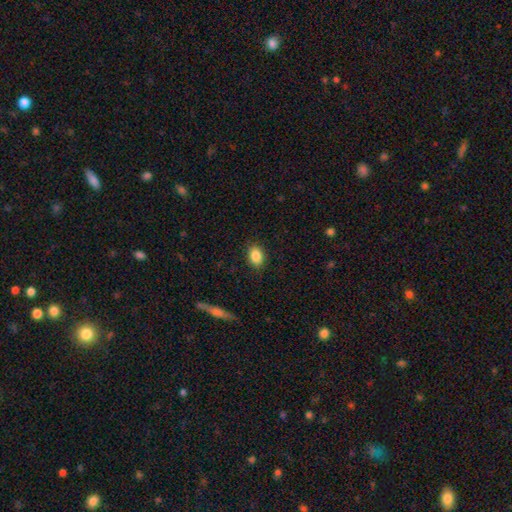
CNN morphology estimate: A smooth galaxy with no disk features (86%) that is in between round and cigar-shaped (78%).

Vote fractions:
- Smooth or featured? smooth: 86% / star or artifact: 8% / featured or disk: 6%
- How rounded? in between: 78% / round: 20% / cigar-shaped: 2%
- Merging? none: 88% / minor disturbance: 9% / major disturbance: 2% / merger: 1%